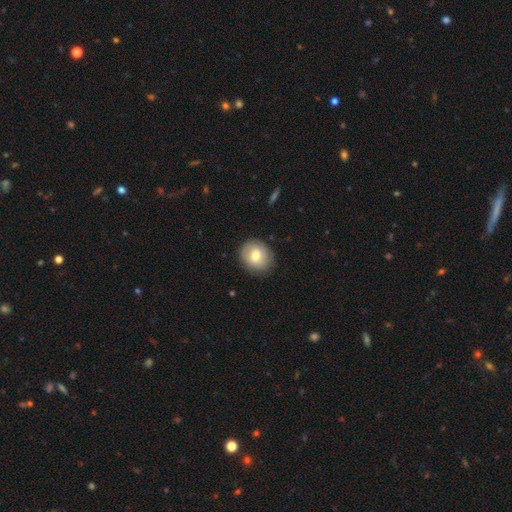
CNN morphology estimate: This is likely a smooth galaxy (75%). How rounded: likely round (76%). Merging: clearly none (84%).